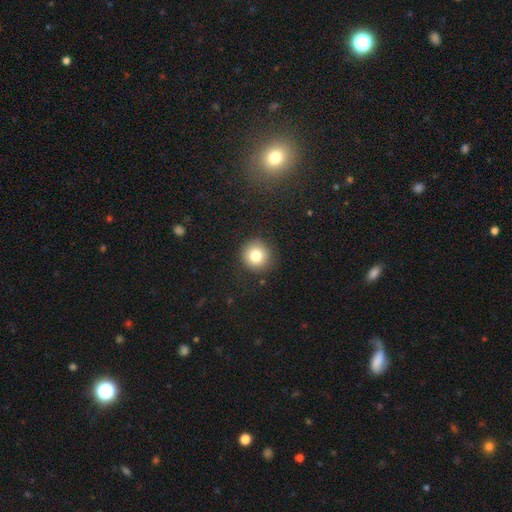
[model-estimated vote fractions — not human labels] A smooth galaxy with no disk features (80%) that is round (94%).

Vote fractions:
- Smooth or featured? smooth: 80% / star or artifact: 11% / featured or disk: 9%
- How rounded? round: 94% / in between: 5% / cigar-shaped: 1%
- Merging? none: 90% / minor disturbance: 7% / major disturbance: 2% / merger: 1%